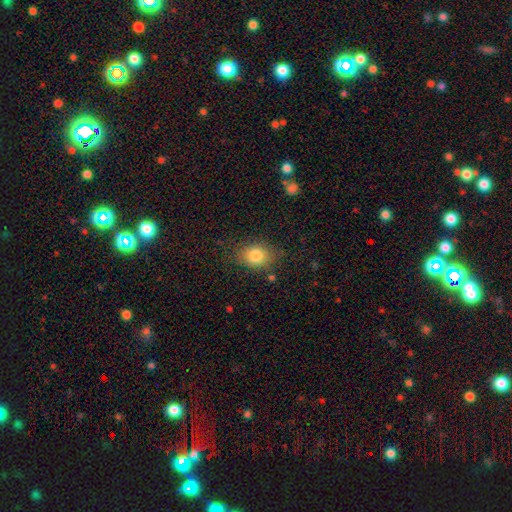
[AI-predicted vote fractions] smooth 82%, star or artifact 9%, featured or disk 9%. Down the decision tree: how rounded — in between (59%); merging — none (78%).